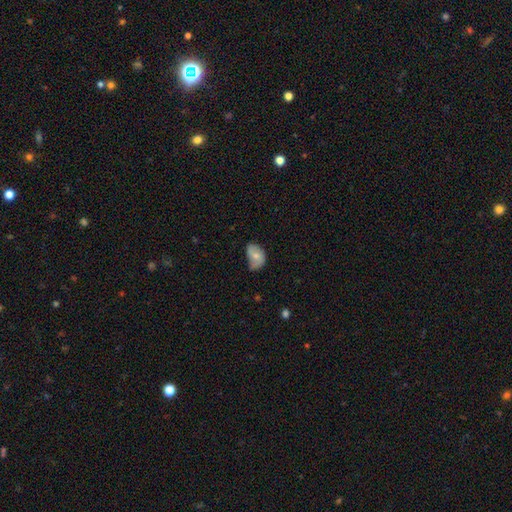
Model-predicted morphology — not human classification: smooth_or_featured: smooth (p=0.63) [alt: featured or disk p=0.30]
how_rounded: in between (p=0.82) [alt: round p=0.17]
merging: minor disturbance (p=0.48) [alt: none p=0.33]